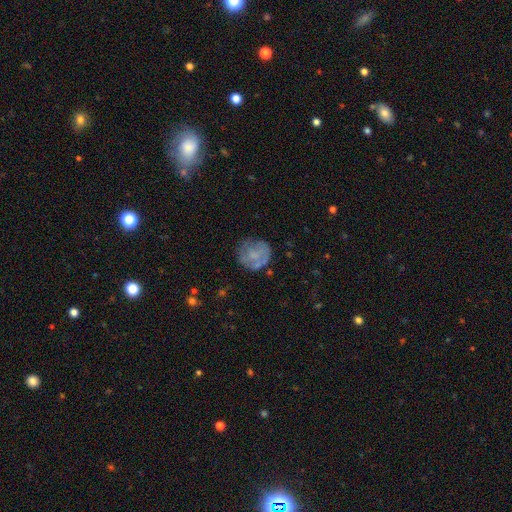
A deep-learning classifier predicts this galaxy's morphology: This appears to be a smooth galaxy with no disk features (53%) that is round (87%). Merging: none (64%).